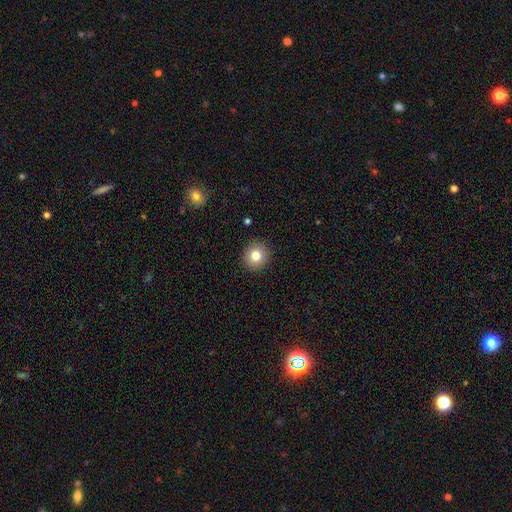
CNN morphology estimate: A smooth galaxy with no disk features (80%) that is round (88%).

Vote fractions:
- Smooth or featured? smooth: 80% / star or artifact: 11% / featured or disk: 9%
- How rounded? round: 88% / in between: 11% / cigar-shaped: 1%
- Merging? none: 91% / minor disturbance: 6% / major disturbance: 2% / merger: 1%